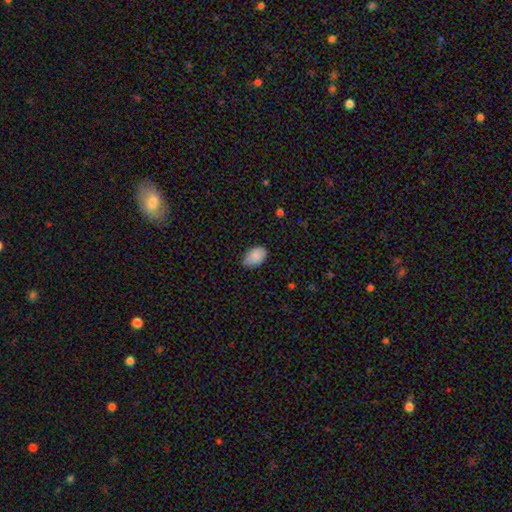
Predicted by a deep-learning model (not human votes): A smooth galaxy with no disk features (88%) that is in between round and cigar-shaped (89%).

Vote fractions:
- Smooth or featured? smooth: 88% / star or artifact: 7% / featured or disk: 5%
- How rounded? in between: 89% / round: 10% / cigar-shaped: 1%
- Merging? none: 66% / minor disturbance: 29% / major disturbance: 4% / merger: 1%